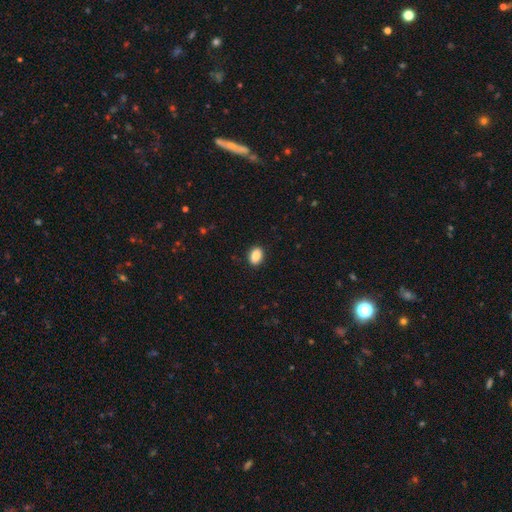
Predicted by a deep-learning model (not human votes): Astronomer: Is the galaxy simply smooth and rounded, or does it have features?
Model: smooth — 89%.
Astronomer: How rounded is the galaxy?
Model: in between — 80%.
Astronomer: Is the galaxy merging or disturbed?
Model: none — 90%.